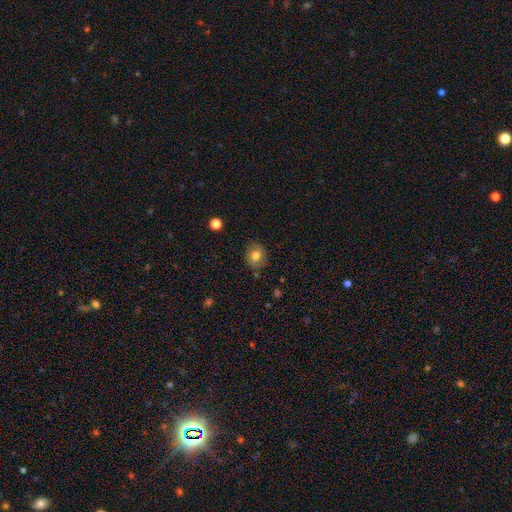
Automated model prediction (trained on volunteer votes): Smooth or featured? Predicted: smooth (p=0.70). How rounded? Predicted: round (p=0.59). Merging? Predicted: none (p=0.79).